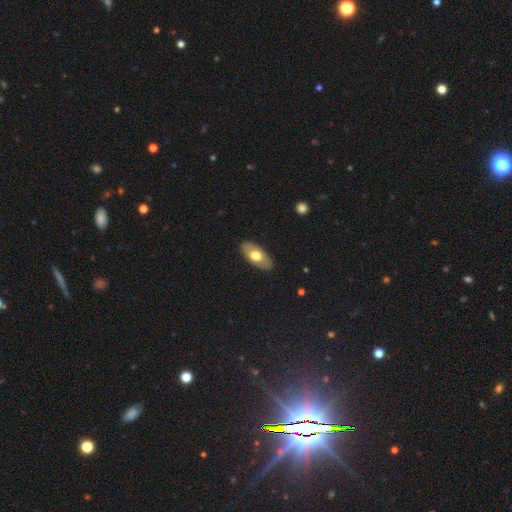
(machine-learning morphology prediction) A smooth galaxy with no disk features (55%) that is in between round and cigar-shaped (91%).

Vote fractions:
- Smooth or featured? smooth: 55% / featured or disk: 40% / star or artifact: 5%
- How rounded? in between: 91% / cigar-shaped: 6% / round: 4%
- Merging? none: 86% / minor disturbance: 10% / major disturbance: 2% / merger: 1%